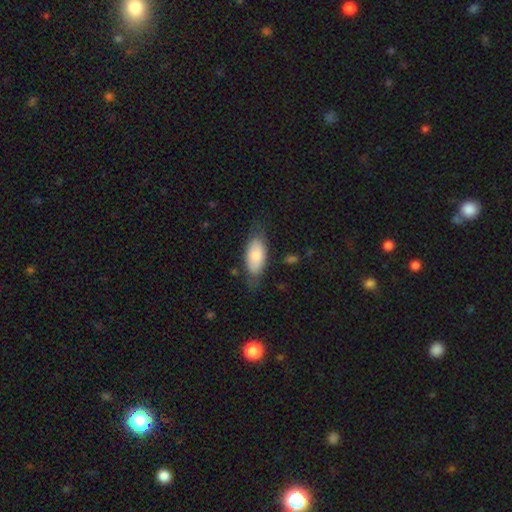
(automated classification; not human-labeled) A smooth galaxy with no disk features (80%) that is in between round and cigar-shaped (88%).

Vote fractions:
- Smooth or featured? smooth: 80% / featured or disk: 14% / star or artifact: 6%
- How rounded? in between: 88% / cigar-shaped: 10% / round: 2%
- Merging? none: 64% / minor disturbance: 25% / major disturbance: 8% / merger: 2%